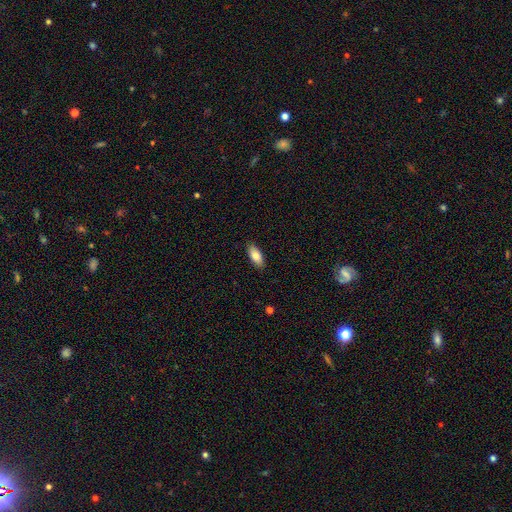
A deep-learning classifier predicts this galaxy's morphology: A smooth galaxy with no disk features (83%) that is in between round and cigar-shaped (82%). Merging: none (88%).